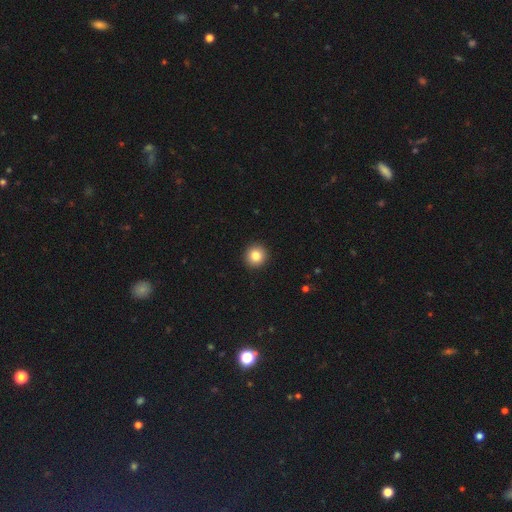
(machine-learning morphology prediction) smooth_or_featured: smooth (p=0.84) [alt: star or artifact p=0.10]
how_rounded: round (p=0.94) [alt: in between p=0.05]
merging: none (p=0.93) [alt: minor disturbance p=0.04]